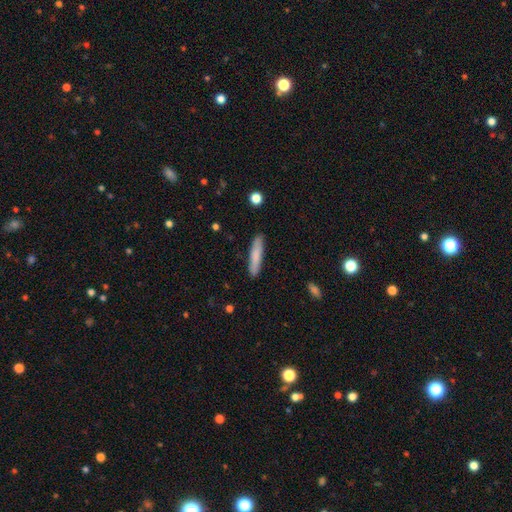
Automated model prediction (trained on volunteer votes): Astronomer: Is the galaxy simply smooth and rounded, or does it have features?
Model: smooth — 79%.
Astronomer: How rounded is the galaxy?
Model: cigar-shaped — 89%.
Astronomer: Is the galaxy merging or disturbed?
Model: none — 89%.